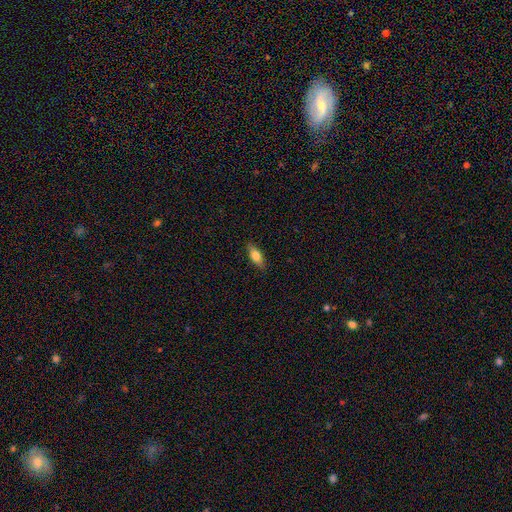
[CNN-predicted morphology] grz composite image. It shows a smooth galaxy with no disk features (74%) that is in between round and cigar-shaped (74%). Merging: none (87%).